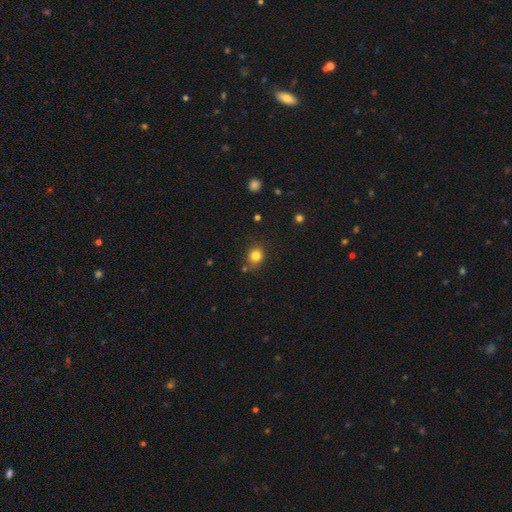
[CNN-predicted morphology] smooth_or_featured: smooth (p=0.81) [alt: star or artifact p=0.13]
how_rounded: round (p=0.73) [alt: in between p=0.26]
merging: none (p=0.79) [alt: minor disturbance p=0.13]